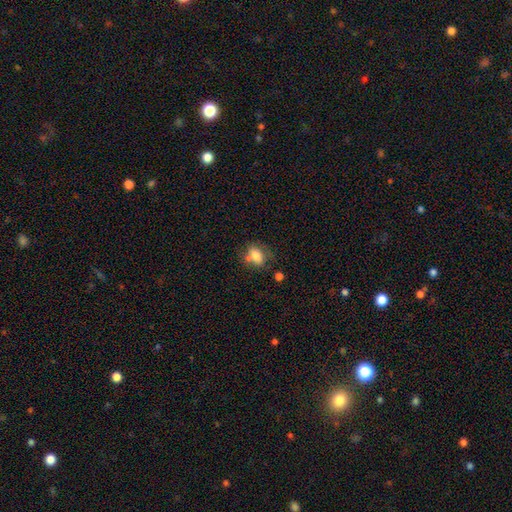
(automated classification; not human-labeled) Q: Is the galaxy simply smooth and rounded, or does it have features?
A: smooth — 74%.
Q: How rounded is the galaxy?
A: in between — 76%.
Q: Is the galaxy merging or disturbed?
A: none — 55%.